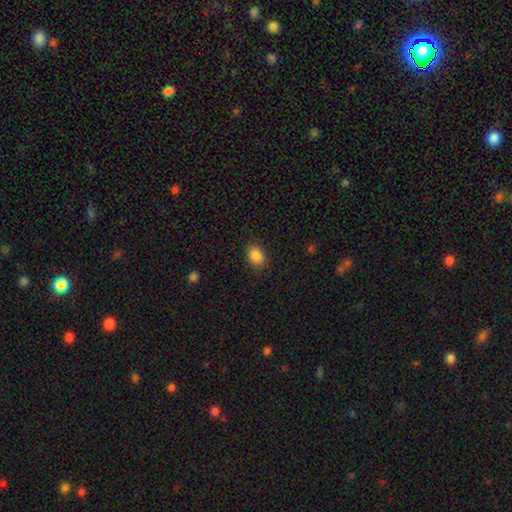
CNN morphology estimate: This is clearly a smooth galaxy (86%). How rounded: possibly in between (59%). Merging: clearly none (86%).